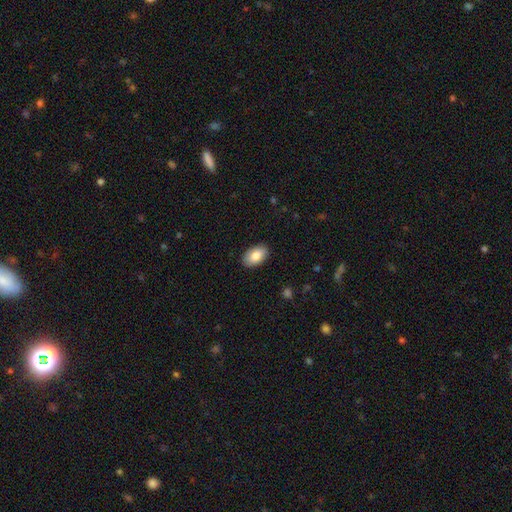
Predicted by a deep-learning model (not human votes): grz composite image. It shows a smooth galaxy with no disk features (85%) that is in between round and cigar-shaped (94%). Merging: none (89%).